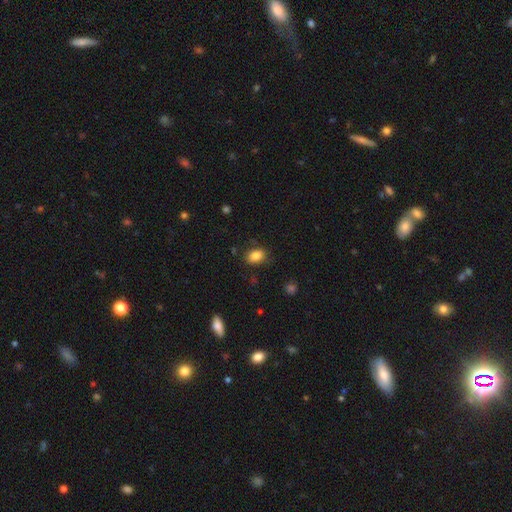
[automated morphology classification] The model was most divided on "merging": none: 80%, minor disturbance: 14%, major disturbance: 4%, merger: 2%. More confident: smooth or featured — smooth (86%); how rounded — in between (83%).